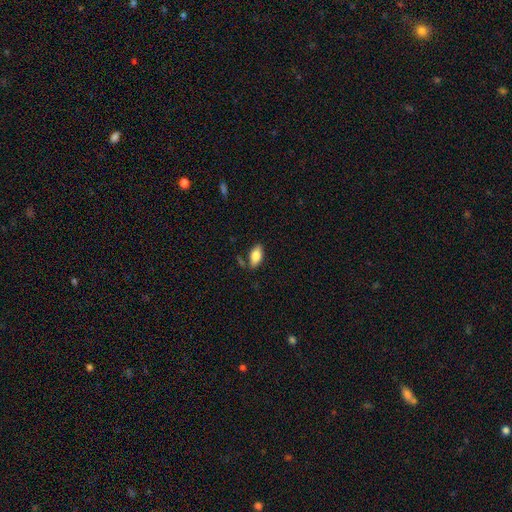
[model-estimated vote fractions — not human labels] Overall: smooth (81%). How rounded: in between (91%). Merging: none (78%).